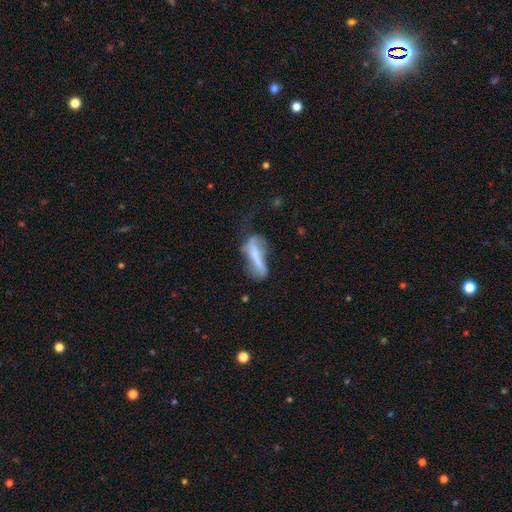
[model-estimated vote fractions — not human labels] smooth_or_featured: smooth (p=0.54) [alt: featured or disk p=0.36]
how_rounded: cigar-shaped (p=0.59) [alt: in between p=0.38]
merging: major disturbance (p=0.35) [alt: none p=0.30]